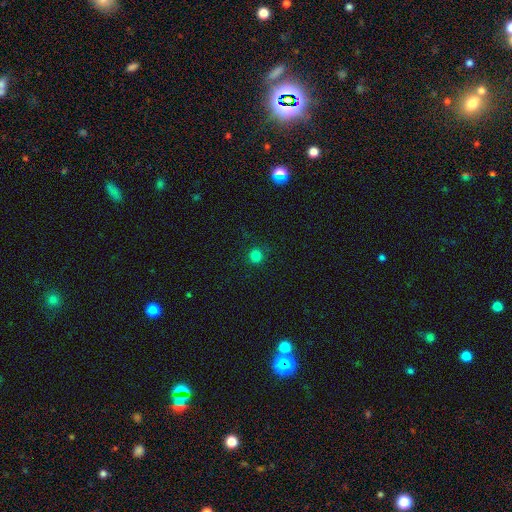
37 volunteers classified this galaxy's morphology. type=smooth (86%); roundness=round (94%); merging=none (91%).